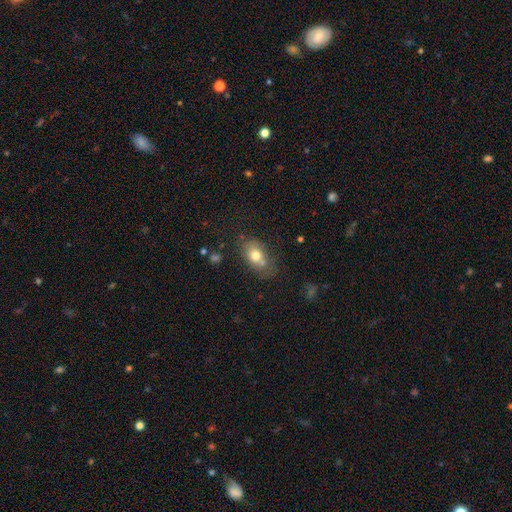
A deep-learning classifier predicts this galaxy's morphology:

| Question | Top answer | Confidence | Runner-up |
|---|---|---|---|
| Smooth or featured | smooth | 74% | featured or disk (16%) |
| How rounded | in between | 74% | round (24%) |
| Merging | none | 48% | merger (24%) |